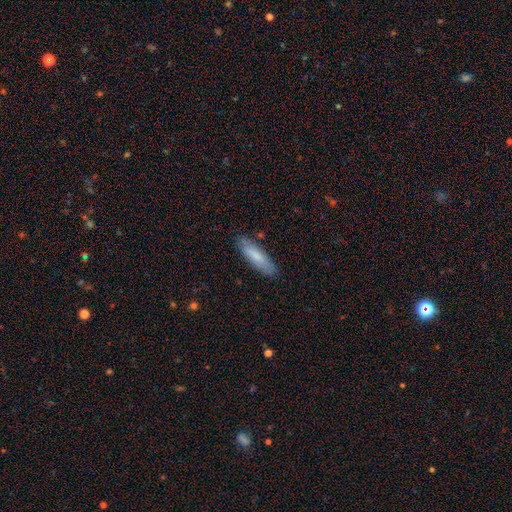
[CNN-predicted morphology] A smooth galaxy with no disk features (79%) that is cigar-shaped (65%). Merging: none (84%).